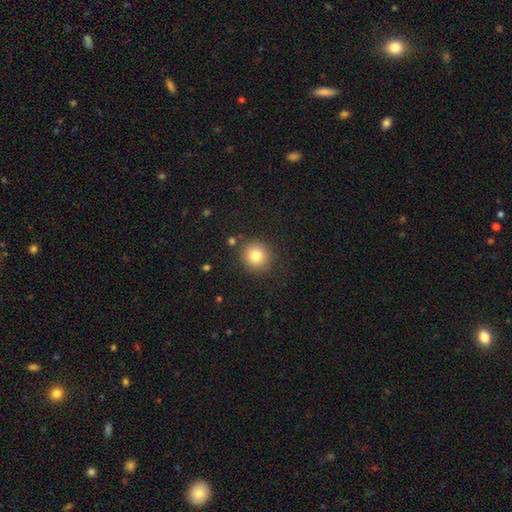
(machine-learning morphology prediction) This is likely a smooth galaxy (80%). How rounded: clearly round (91%). Merging: clearly none (86%).